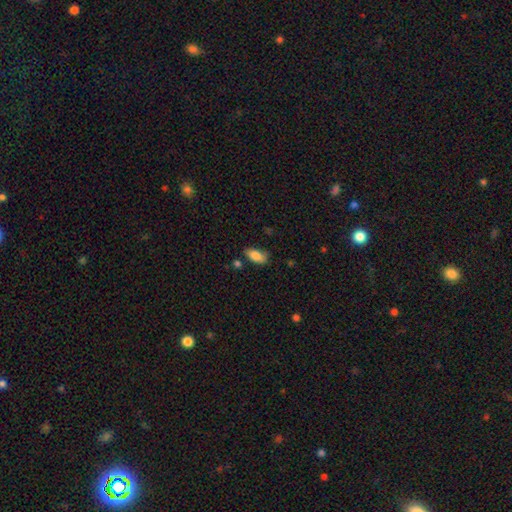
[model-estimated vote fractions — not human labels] Smooth or featured? smooth (85%)
How rounded? in between (89%)
Merging? none (71%)